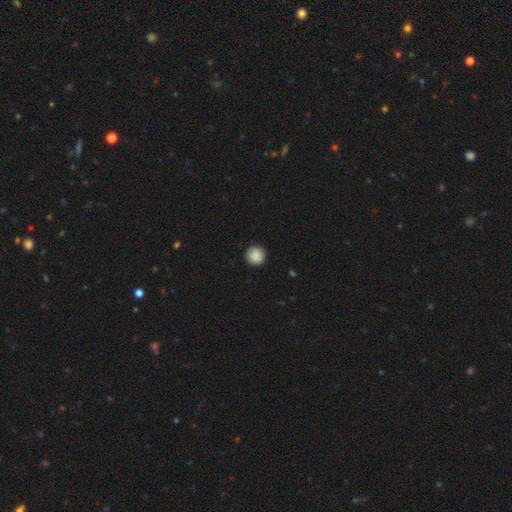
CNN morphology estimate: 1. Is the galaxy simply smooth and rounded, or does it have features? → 86% smooth, 8% star or artifact, 6% featured or disk.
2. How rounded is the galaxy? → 95% round, 4% in between, 1% cigar-shaped.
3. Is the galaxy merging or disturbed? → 89% none, 8% minor disturbance, 2% major disturbance, 1% merger.